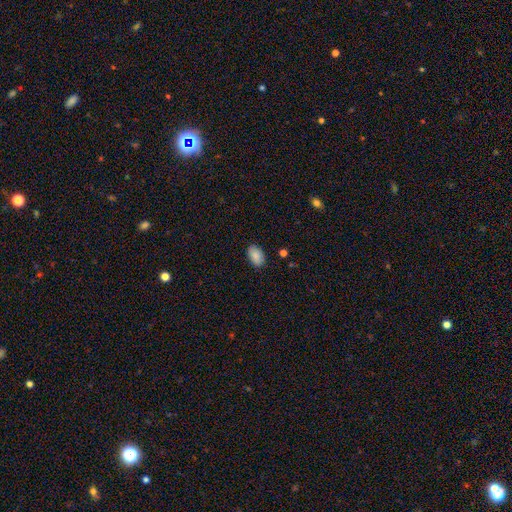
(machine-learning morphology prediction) type=smooth (88%); roundness=in between (92%); merging=none (86%).